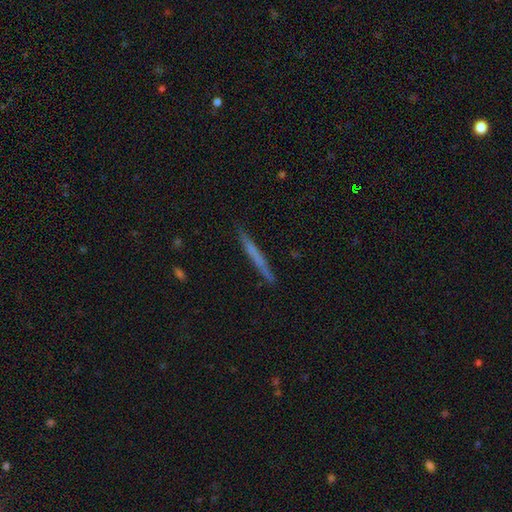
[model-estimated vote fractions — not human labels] Smooth or featured? Predicted: smooth (p=0.49). Merging? Predicted: none (p=0.90).